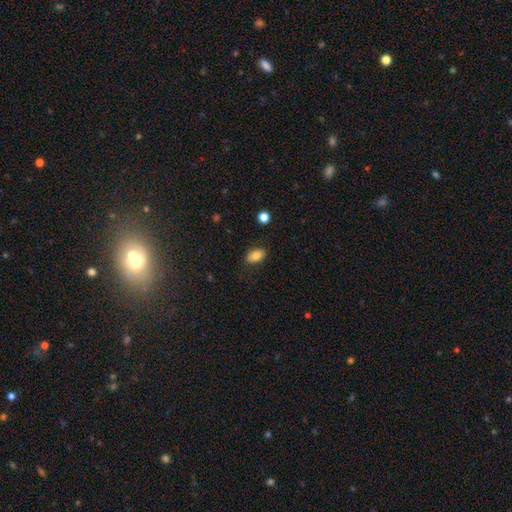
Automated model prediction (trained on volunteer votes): smooth 80%, featured or disk 11%, star or artifact 9%. Down the decision tree: how rounded — in between (88%); merging — none (82%).